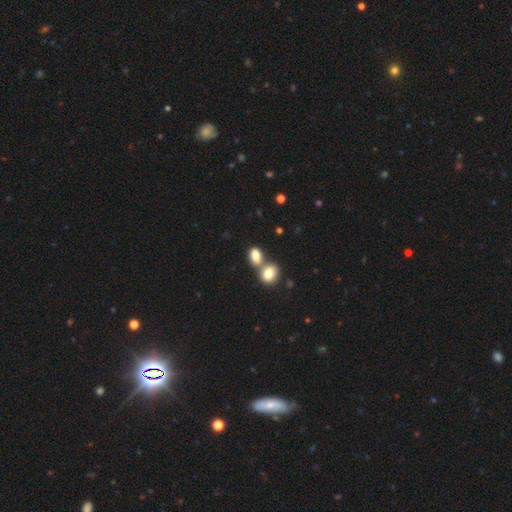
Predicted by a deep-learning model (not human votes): Morphology: type=smooth (82%); roundness=in between (78%); merging=merger (58%).